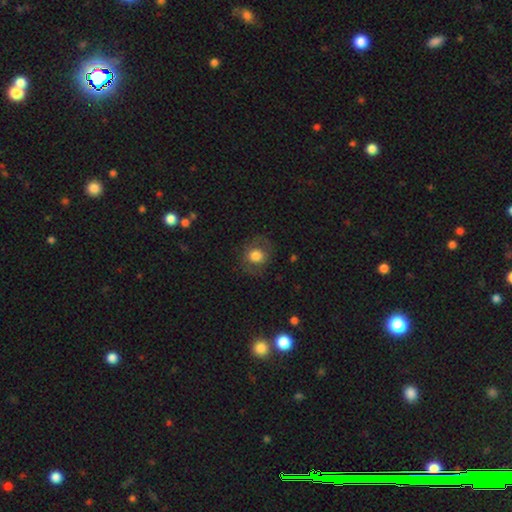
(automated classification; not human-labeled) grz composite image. It shows a smooth galaxy with no disk features (69%) that is round (80%). Merging: none (76%).